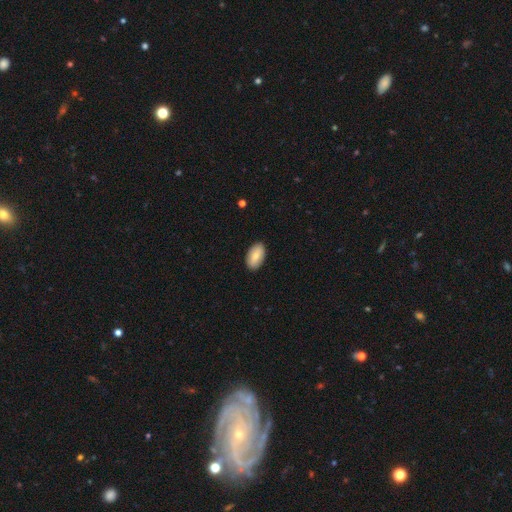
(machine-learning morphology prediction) Smooth or featured?
  - smooth: 78% *
  - featured or disk: 16%
  - star or artifact: 6%
How rounded?
  - in between: 94% *
  - round: 4%
  - cigar-shaped: 2%
Merging?
  - none: 88% *
  - minor disturbance: 9%
  - major disturbance: 2%
  - merger: 1%